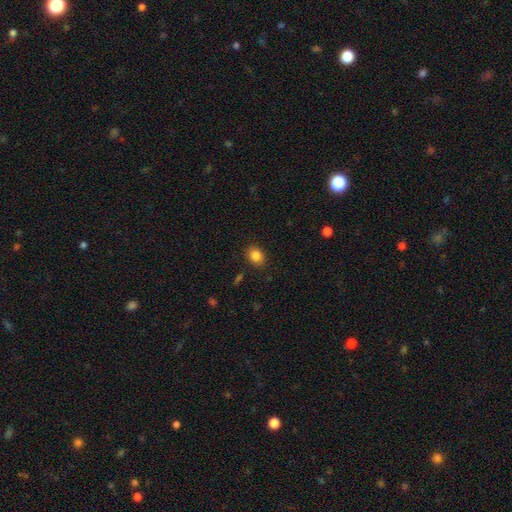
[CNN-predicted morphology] Smooth or featured?
  - smooth: 85% *
  - star or artifact: 10%
  - featured or disk: 6%
How rounded?
  - in between: 52% *
  - round: 47%
  - cigar-shaped: 1%
Merging?
  - none: 88% *
  - minor disturbance: 9%
  - major disturbance: 2%
  - merger: 1%